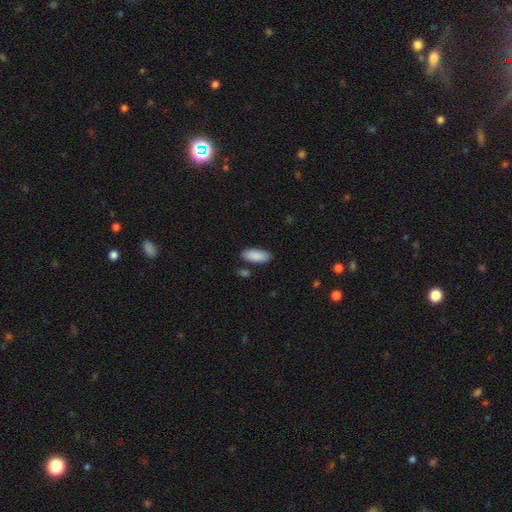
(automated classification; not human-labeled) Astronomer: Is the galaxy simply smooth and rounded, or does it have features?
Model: smooth — 90%.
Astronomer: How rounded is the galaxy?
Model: in between — 84%.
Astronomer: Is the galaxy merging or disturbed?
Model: none — 82%.